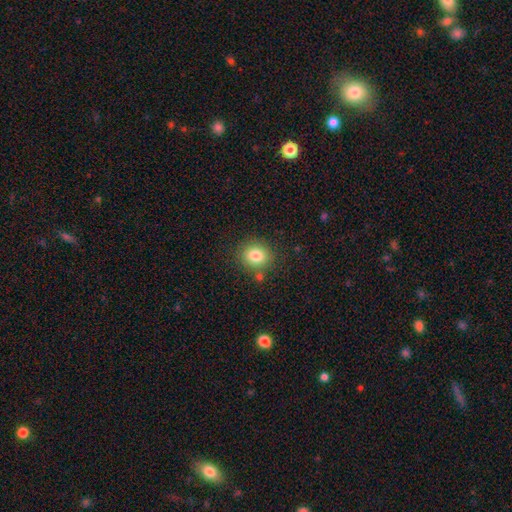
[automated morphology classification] smooth-or-featured: smooth: 82% | star or artifact: 11% | featured or disk: 8%
  how-rounded: round: 77% | in between: 22% | cigar-shaped: 1%
  merging: none: 81% | minor disturbance: 10% | merger: 6% | major disturbance: 3%